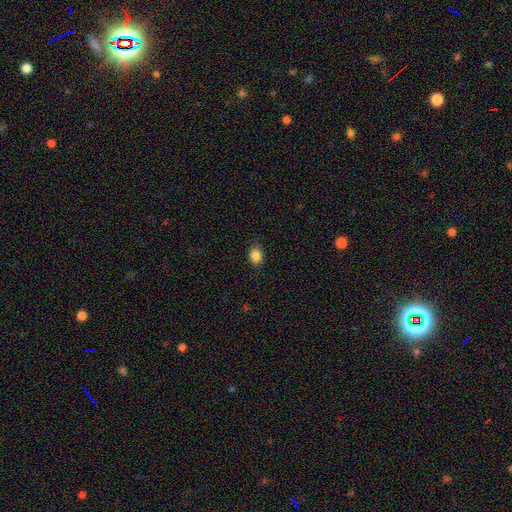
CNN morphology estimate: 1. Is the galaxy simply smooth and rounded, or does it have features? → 86% smooth, 10% star or artifact, 4% featured or disk.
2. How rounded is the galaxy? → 54% in between, 45% round, 1% cigar-shaped.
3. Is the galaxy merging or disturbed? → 84% none, 12% minor disturbance, 2% major disturbance, 1% merger.